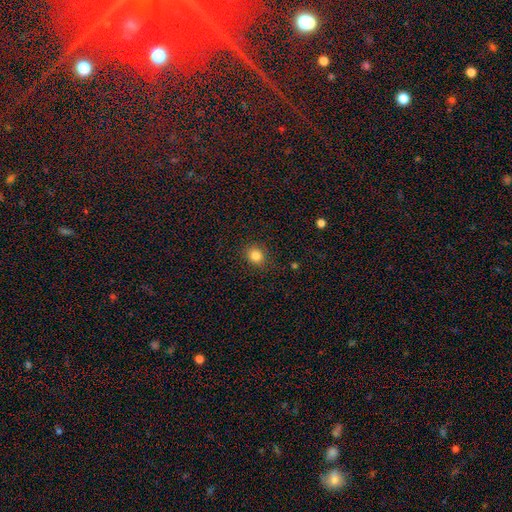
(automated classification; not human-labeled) Smooth or featured: smooth — 83% (star or artifact — 12%)
How rounded: round — 73% (in between — 26%)
Merging: none — 88% (minor disturbance — 8%)